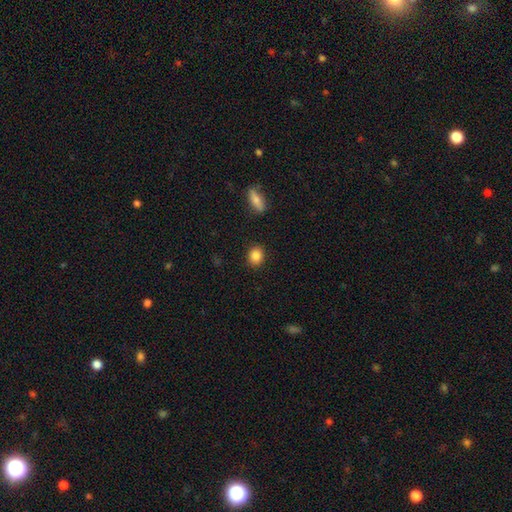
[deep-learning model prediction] This is clearly a smooth galaxy (86%). How rounded: likely round (66%). Merging: clearly none (89%).